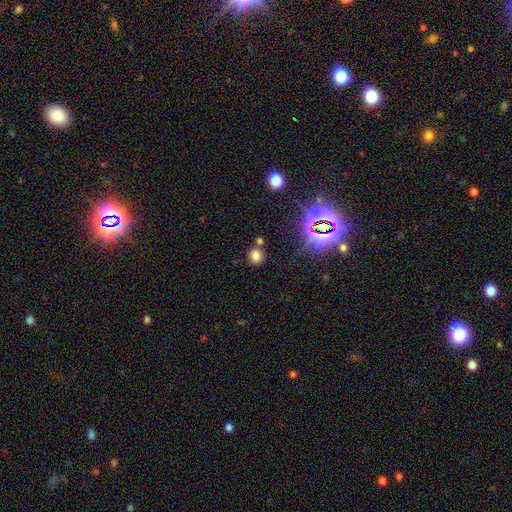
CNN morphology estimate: Q: Smooth or featured?
A: smooth (71%); runner-up: star or artifact (21%)
Q: How rounded?
A: round (79%); runner-up: in between (20%)
Q: Merging?
A: none (75%); runner-up: merger (12%)